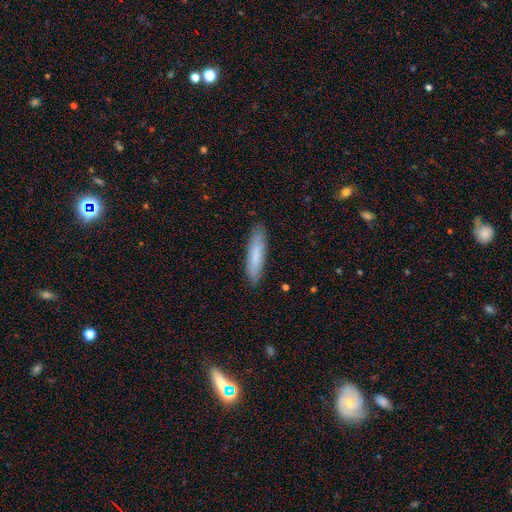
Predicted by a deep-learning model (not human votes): This appears to be a smooth galaxy with no disk features (77%) that is cigar-shaped (75%). Merging: none (84%).